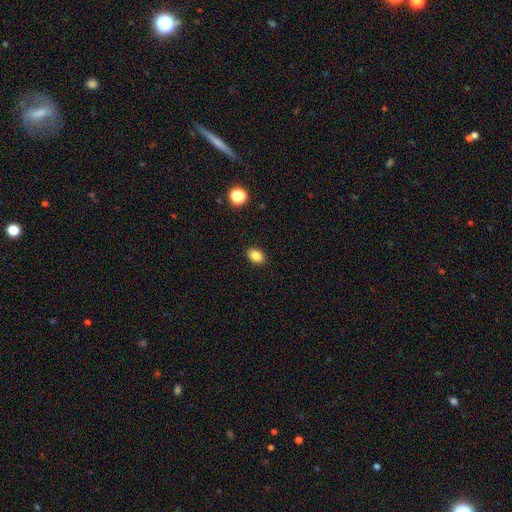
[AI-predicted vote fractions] This is clearly a smooth galaxy (84%). How rounded: likely in between (76%). Merging: clearly none (89%).